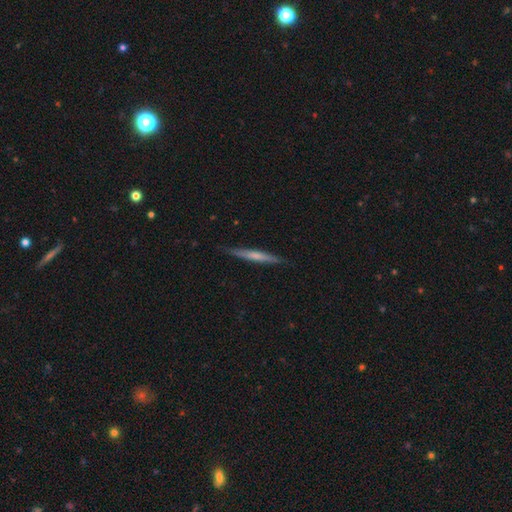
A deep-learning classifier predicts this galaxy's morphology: smooth-or-featured: smooth: 51% | featured or disk: 43% | star or artifact: 6%
  how-rounded: cigar-shaped: 95% | in between: 3% | round: 1%
  merging: none: 86% | minor disturbance: 11% | major disturbance: 2% | merger: 1%